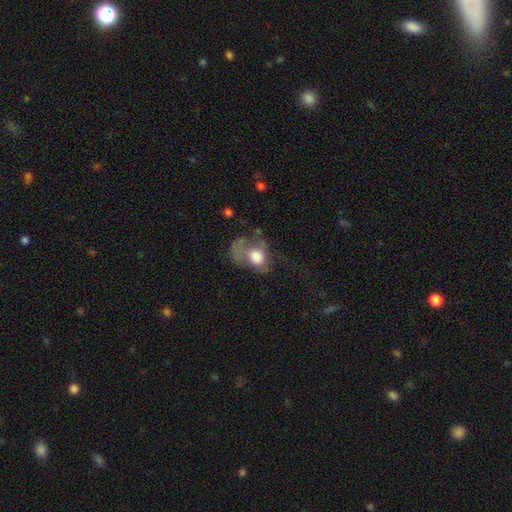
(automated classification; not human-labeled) smooth-or-featured: smooth: 60% | featured or disk: 31% | star or artifact: 9%
  how-rounded: in between: 66% | round: 33% | cigar-shaped: 1%
  merging: major disturbance: 57% | minor disturbance: 19% | none: 18% | merger: 6%